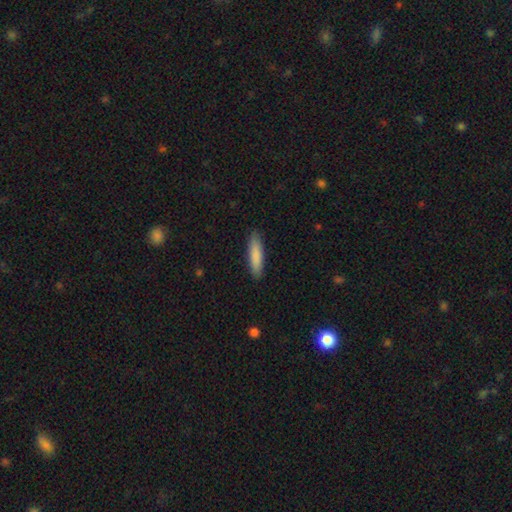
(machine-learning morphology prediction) type=smooth (86%); roundness=cigar-shaped (77%); merging=none (89%).